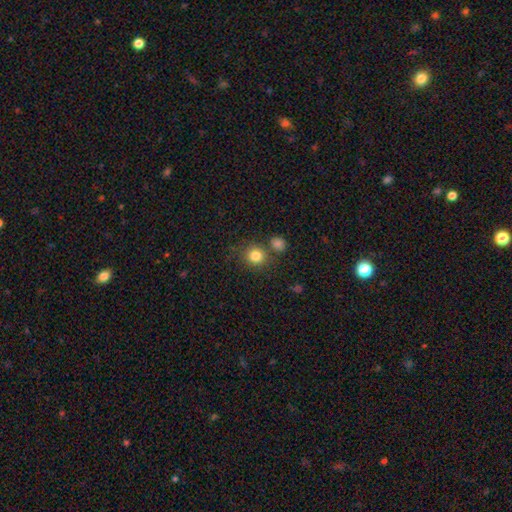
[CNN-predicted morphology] Q: Smooth or featured?
A: smooth (83%); runner-up: star or artifact (11%)
Q: How rounded?
A: round (89%); runner-up: in between (10%)
Q: Merging?
A: none (75%); runner-up: merger (13%)